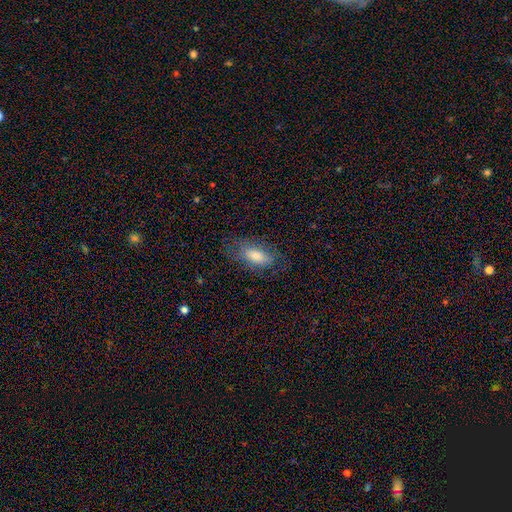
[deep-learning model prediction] This is likely a smooth galaxy (71%). How rounded: clearly in between (85%). Merging: likely none (73%).